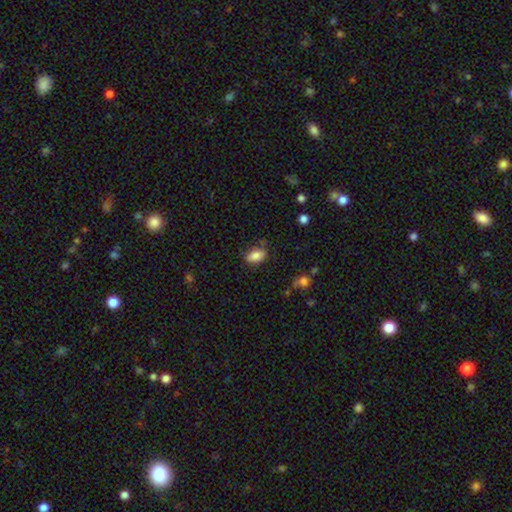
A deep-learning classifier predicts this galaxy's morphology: Smooth or featured?
  - smooth: 85% *
  - star or artifact: 8%
  - featured or disk: 7%
How rounded?
  - in between: 90% *
  - round: 6%
  - cigar-shaped: 4%
Merging?
  - none: 79% *
  - minor disturbance: 15%
  - major disturbance: 4%
  - merger: 2%